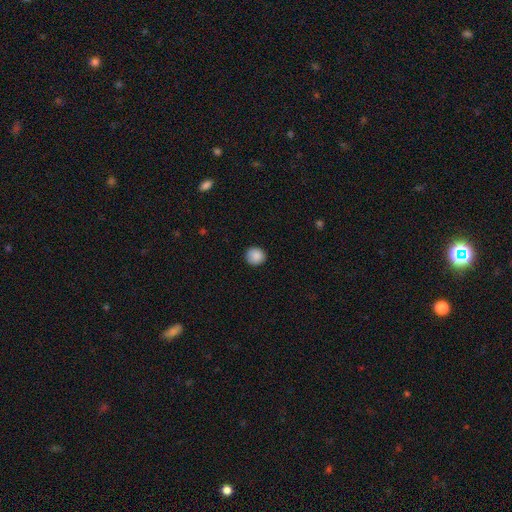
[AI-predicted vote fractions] Smooth or featured?
  - smooth: 88% *
  - star or artifact: 8%
  - featured or disk: 3%
How rounded?
  - round: 92% *
  - in between: 7%
  - cigar-shaped: 1%
Merging?
  - none: 90% *
  - minor disturbance: 8%
  - major disturbance: 2%
  - merger: 1%